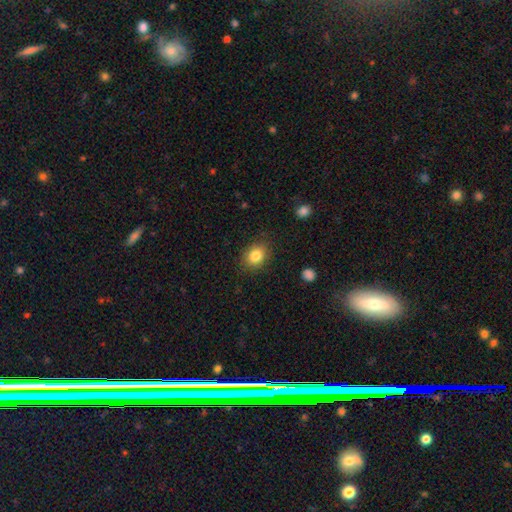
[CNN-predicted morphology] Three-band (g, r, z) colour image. It shows a smooth galaxy with no disk features (84%) that is in between round and cigar-shaped (54%). Merging: none (85%).